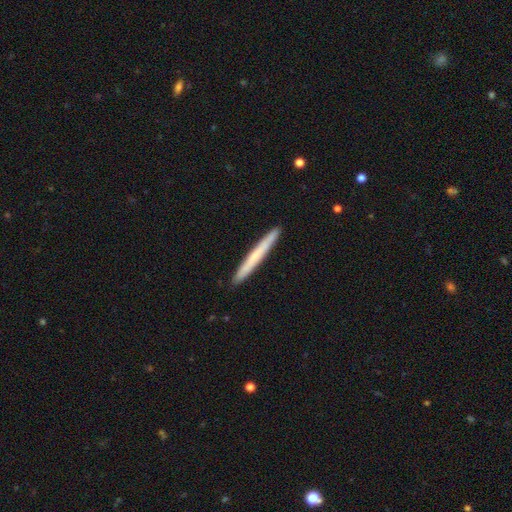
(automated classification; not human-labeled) A smooth galaxy with no disk features (60%) that is cigar-shaped (97%).

Vote fractions:
- Smooth or featured? smooth: 60% / featured or disk: 34% / star or artifact: 5%
- How rounded? cigar-shaped: 97% / in between: 2% / round: 1%
- Merging? none: 92% / minor disturbance: 6% / major disturbance: 1% / merger: 1%